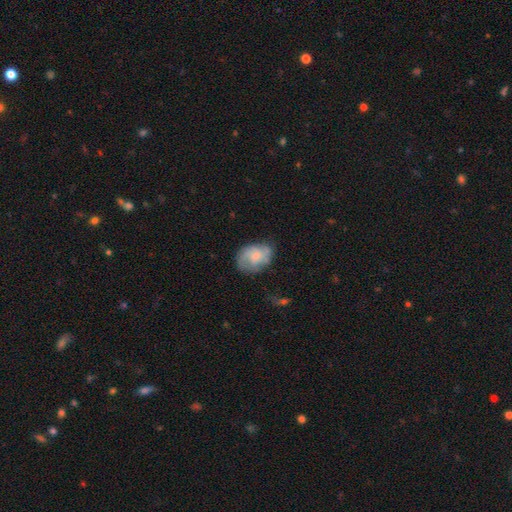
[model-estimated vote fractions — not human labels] This appears to be a featured or disk galaxy (55%) with no bar (68%), spiral arms (84%) and a small central bulge (44%). Merging: none (61%).